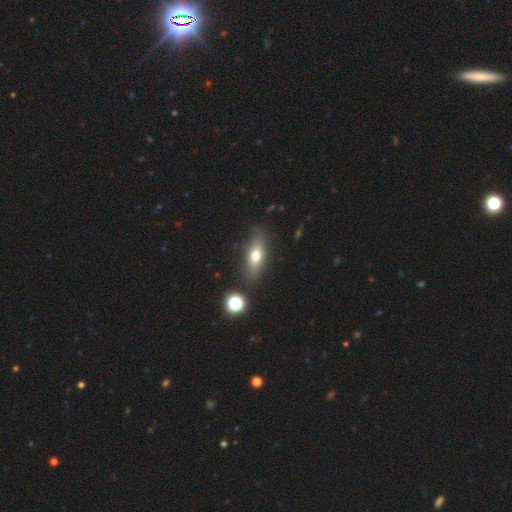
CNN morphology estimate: The model was most divided on "how rounded": in between: 57%, cigar-shaped: 37%, round: 6%. More confident: merging — none (80%); smooth or featured — smooth (62%).